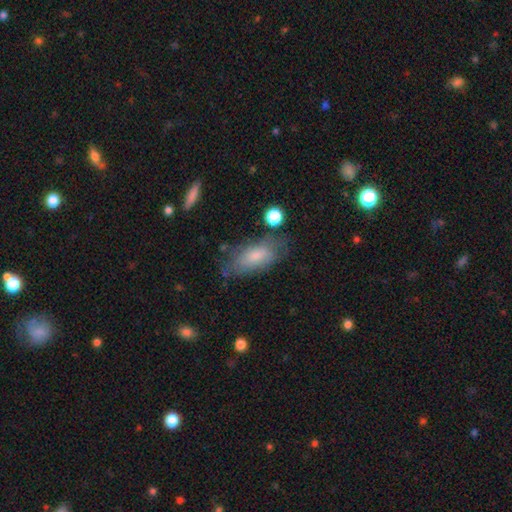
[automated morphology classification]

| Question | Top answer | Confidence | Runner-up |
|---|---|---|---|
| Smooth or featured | smooth | 75% | featured or disk (18%) |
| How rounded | in between | 85% | cigar-shaped (12%) |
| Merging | none | 64% | minor disturbance (23%) |